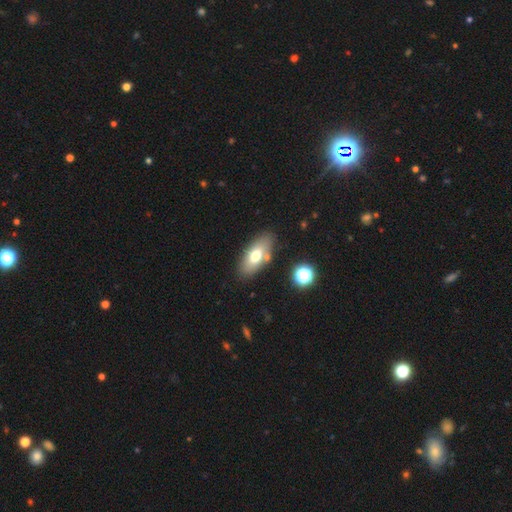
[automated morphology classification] Smooth or featured?
  - smooth: 68% *
  - featured or disk: 24%
  - star or artifact: 8%
How rounded?
  - in between: 85% *
  - cigar-shaped: 11%
  - round: 4%
Merging?
  - none: 77% *
  - minor disturbance: 12%
  - merger: 8%
  - major disturbance: 3%